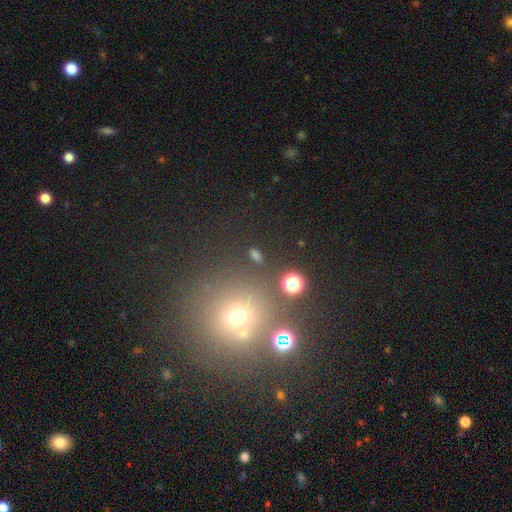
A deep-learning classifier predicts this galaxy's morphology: A smooth galaxy with no disk features (52%) that is round (89%).

Vote fractions:
- Smooth or featured? smooth: 52% / star or artifact: 36% / featured or disk: 11%
- How rounded? round: 89% / in between: 10% / cigar-shaped: 1%
- Merging? none: 72% / merger: 14% / minor disturbance: 9% / major disturbance: 5%